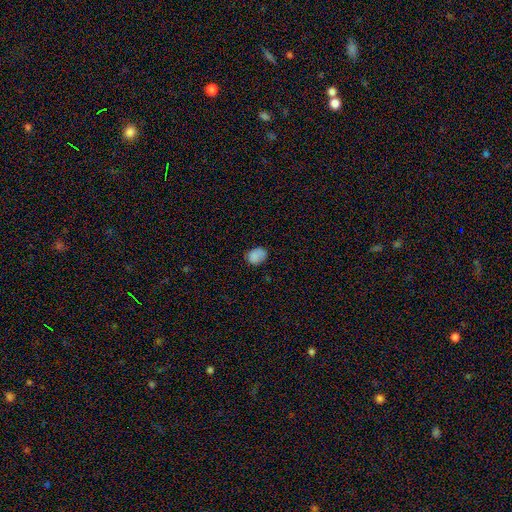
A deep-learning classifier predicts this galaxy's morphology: smooth 84%, star or artifact 10%, featured or disk 6%. Down the decision tree: how rounded — in between (54%); merging — none (74%).